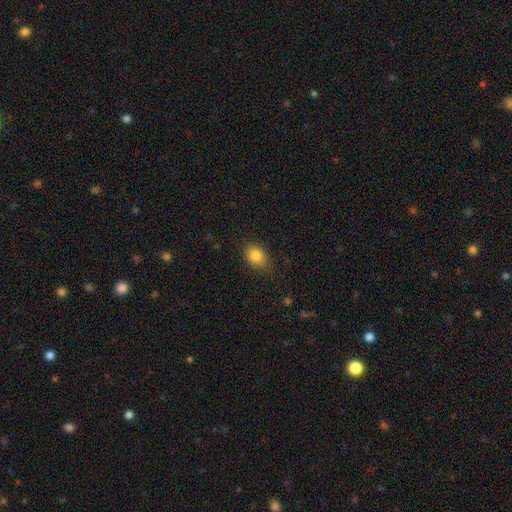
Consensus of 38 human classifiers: smooth_or_featured: smooth (p=0.84) [alt: featured or disk p=0.08]
how_rounded: in between (p=0.72) [alt: round p=0.28]
merging: none (p=0.83) [alt: minor disturbance p=0.17]